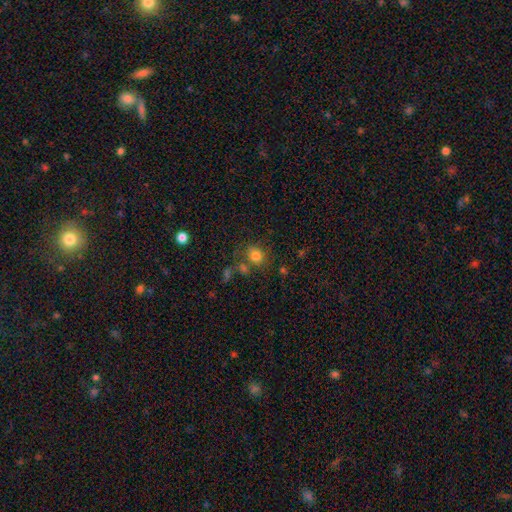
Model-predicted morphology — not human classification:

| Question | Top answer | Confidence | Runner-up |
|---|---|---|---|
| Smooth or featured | smooth | 79% | star or artifact (13%) |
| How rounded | round | 76% | in between (23%) |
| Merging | none | 69% | minor disturbance (13%) |